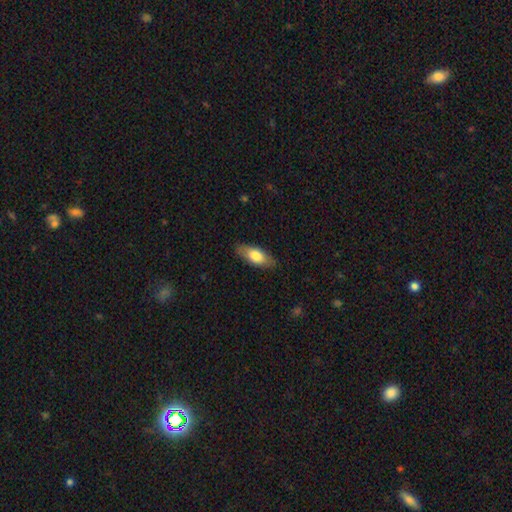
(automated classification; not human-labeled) The model was most divided on "smooth or featured": smooth: 72%, featured or disk: 22%, star or artifact: 6%. More confident: merging — none (85%); how rounded — in between (78%).